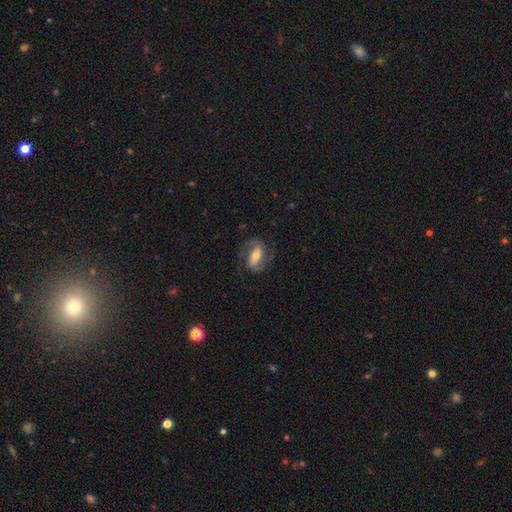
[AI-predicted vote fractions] smooth_or_featured: featured or disk (p=0.78) [alt: smooth p=0.16]
disk_edge_on: no (p=0.96) [alt: yes p=0.04]
bar: strong (p=0.44) [alt: weak p=0.34]
has_spiral_arms: yes (p=0.94) [alt: no p=0.06]
spiral_winding: medium (p=0.52) [alt: tight p=0.24]
spiral_arm_count: 2 (p=0.90) [alt: can't tell p=0.04]
bulge_size: moderate (p=0.60) [alt: small p=0.28]
merging: none (p=0.75) [alt: minor disturbance p=0.14]